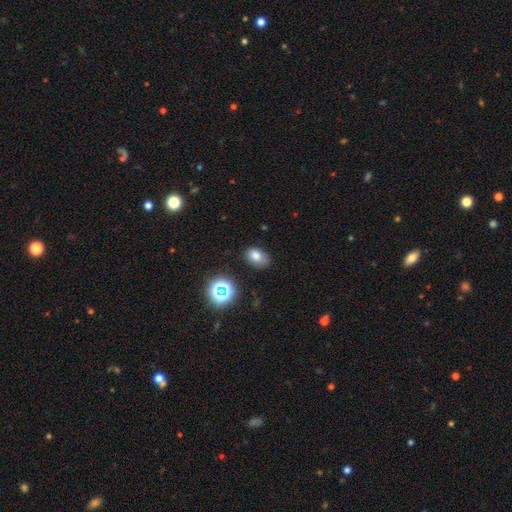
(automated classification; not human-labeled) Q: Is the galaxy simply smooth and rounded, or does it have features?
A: smooth — 76%.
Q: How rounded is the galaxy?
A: in between — 78%.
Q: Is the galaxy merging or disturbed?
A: none — 72%.